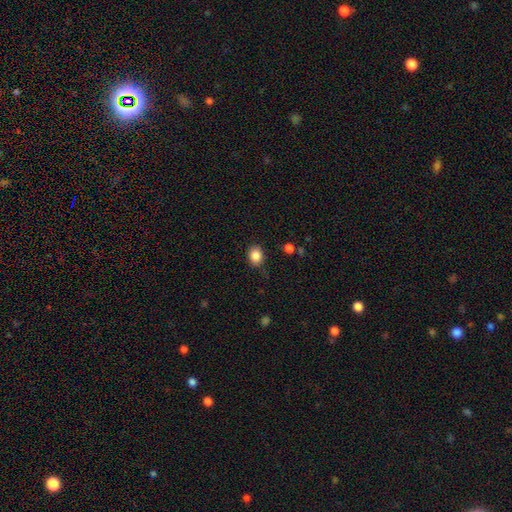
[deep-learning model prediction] Smooth or featured?
  - smooth: 86% *
  - star or artifact: 10%
  - featured or disk: 5%
How rounded?
  - round: 53% *
  - in between: 46%
  - cigar-shaped: 1%
Merging?
  - none: 82% *
  - minor disturbance: 14%
  - major disturbance: 3%
  - merger: 2%